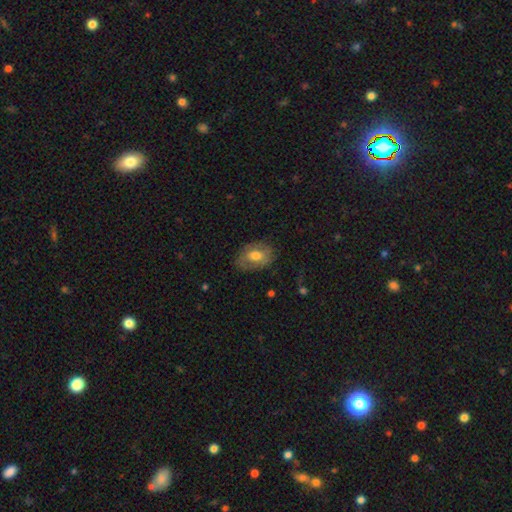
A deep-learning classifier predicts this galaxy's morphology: A smooth galaxy with no disk features (58%) that is in between round and cigar-shaped (80%). Merging: none (72%).